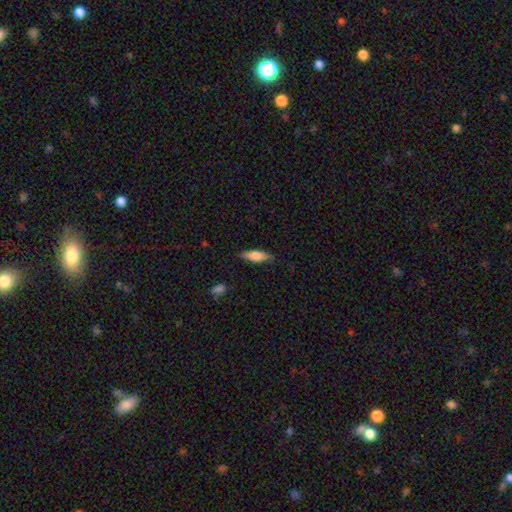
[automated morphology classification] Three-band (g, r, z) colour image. It shows a smooth galaxy with no disk features (70%) that is cigar-shaped (49%, tied with in between). Merging: none (85%).